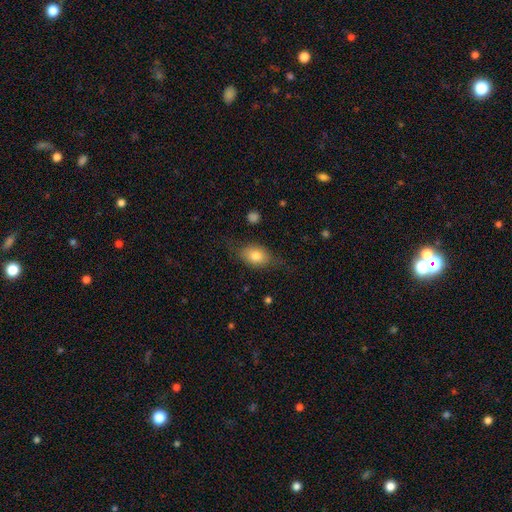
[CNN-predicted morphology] type=smooth (75%); roundness=in between (77%); merging=none (66%).